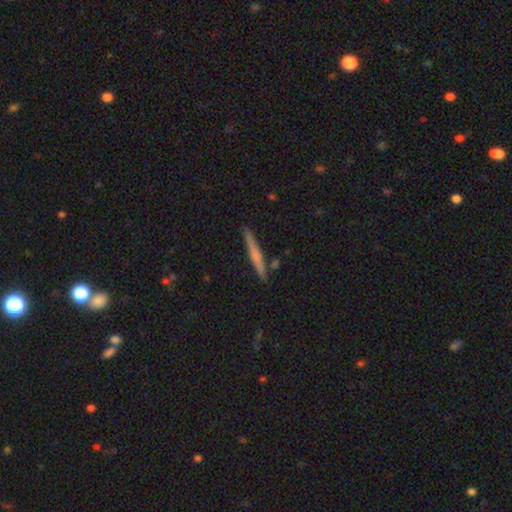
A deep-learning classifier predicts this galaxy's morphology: Smooth or featured? Predicted: smooth (p=0.53). How rounded? Predicted: cigar-shaped (p=0.95). Merging? Predicted: none (p=0.87).